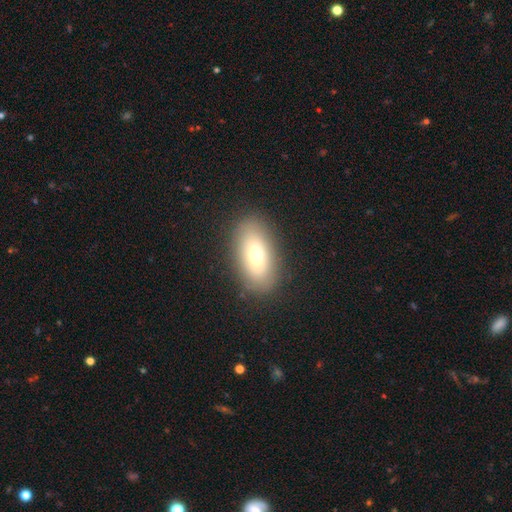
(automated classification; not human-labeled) Morphology: type=smooth (69%); roundness=in between (89%); merging=none (86%).